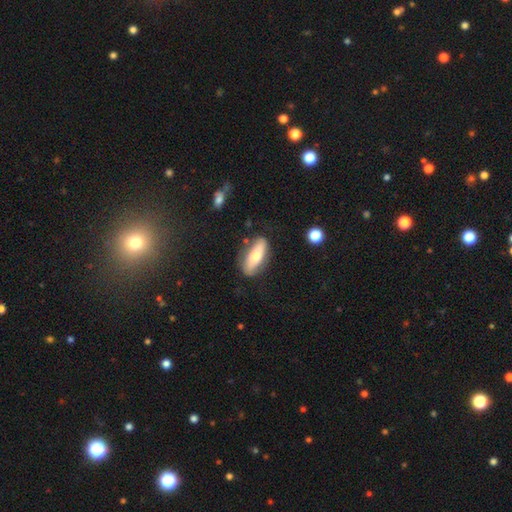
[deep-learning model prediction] This is possibly a smooth galaxy (60%). How rounded: likely in between (67%). Merging: likely none (77%).